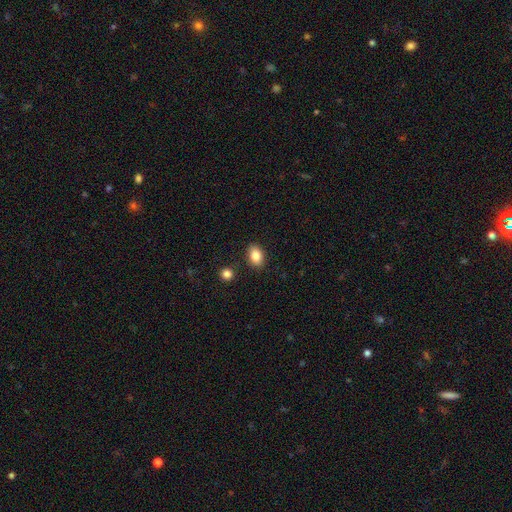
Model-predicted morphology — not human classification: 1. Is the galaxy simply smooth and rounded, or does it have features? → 85% smooth, 8% star or artifact, 7% featured or disk.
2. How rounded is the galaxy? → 84% in between, 15% round, 1% cigar-shaped.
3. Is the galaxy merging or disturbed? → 86% none, 9% minor disturbance, 3% merger, 2% major disturbance.